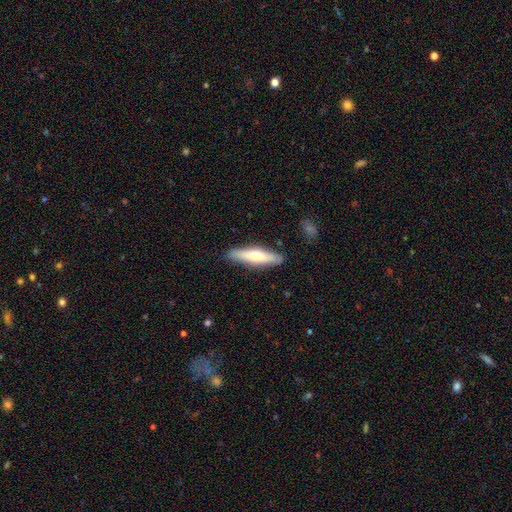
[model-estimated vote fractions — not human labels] Smooth or featured? Predicted: smooth (p=0.56). How rounded? Predicted: cigar-shaped (p=0.77). Merging? Predicted: none (p=0.88).